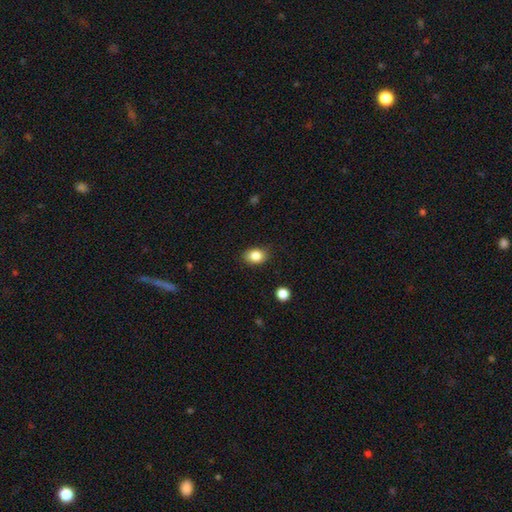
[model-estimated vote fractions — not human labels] smooth 84%, star or artifact 9%, featured or disk 7%. Down the decision tree: how rounded — in between (70%); merging — none (84%).